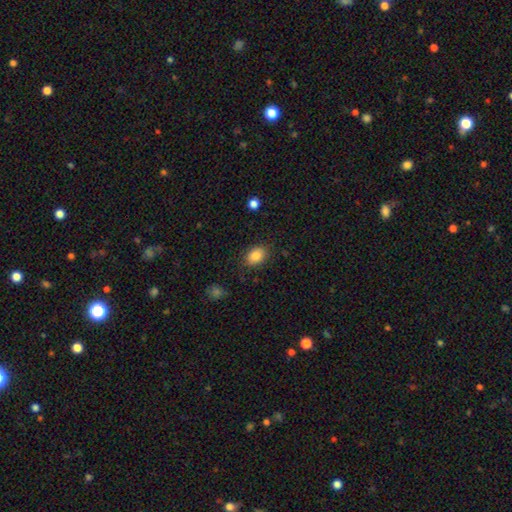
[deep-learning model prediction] Smooth or featured: smooth — 85% (star or artifact — 9%)
How rounded: in between — 68% (round — 31%)
Merging: none — 83% (minor disturbance — 12%)